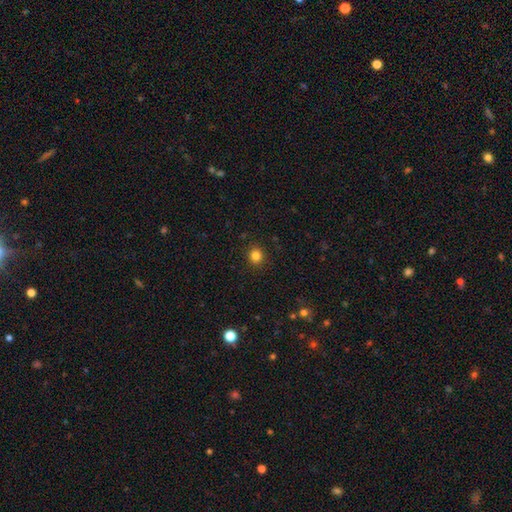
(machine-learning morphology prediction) A smooth galaxy with no disk features (83%) that is round (85%).

Vote fractions:
- Smooth or featured? smooth: 83% / star or artifact: 12% / featured or disk: 5%
- How rounded? round: 85% / in between: 14% / cigar-shaped: 1%
- Merging? none: 90% / minor disturbance: 7% / major disturbance: 2% / merger: 1%